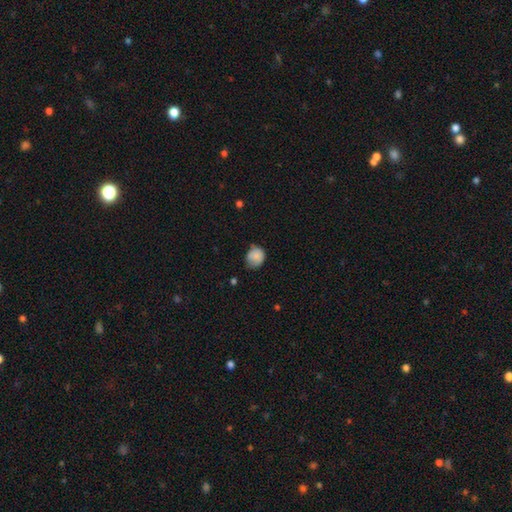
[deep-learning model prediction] Smooth or featured? Predicted: smooth (p=0.83). How rounded? Predicted: round (p=0.68). Merging? Predicted: none (p=0.54).